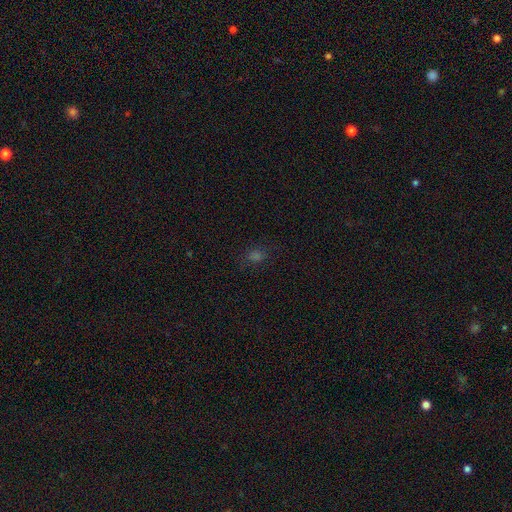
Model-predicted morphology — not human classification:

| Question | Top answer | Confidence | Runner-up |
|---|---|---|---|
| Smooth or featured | smooth | 56% | star or artifact (35%) |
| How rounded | in between | 50% | round (48%) |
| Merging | none | 79% | minor disturbance (13%) |